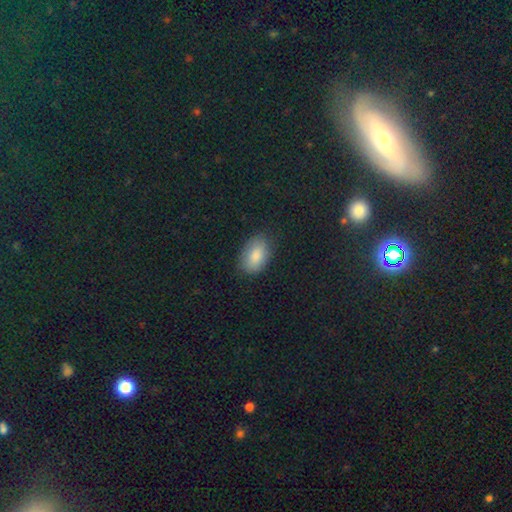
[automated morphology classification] smooth_or_featured: smooth (p=0.59) [alt: star or artifact p=0.28]
how_rounded: in between (p=0.84) [alt: round p=0.13]
merging: none (p=0.86) [alt: minor disturbance p=0.09]